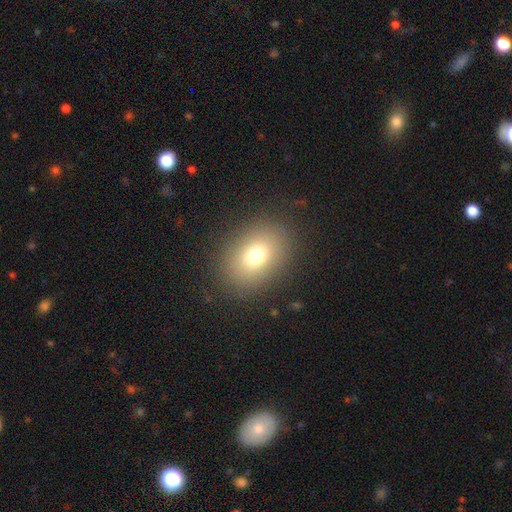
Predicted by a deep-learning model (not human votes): A smooth galaxy with no disk features (75%) that is in between round and cigar-shaped (66%). Merging: none (86%).